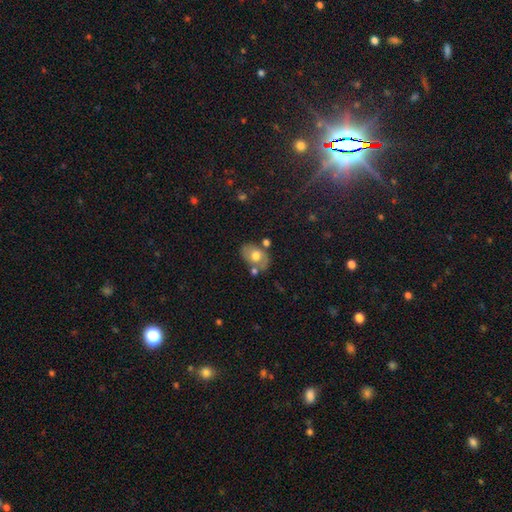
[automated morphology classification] smooth 54%, featured or disk 38%, star or artifact 7%. Down the decision tree: how rounded — in between (78%); merging — none (58%).